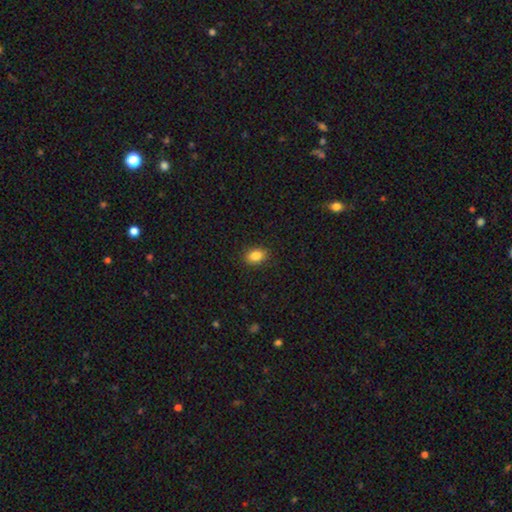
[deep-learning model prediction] Smooth or featured? Predicted: smooth (p=0.86). How rounded? Predicted: in between (p=0.77). Merging? Predicted: none (p=0.89).